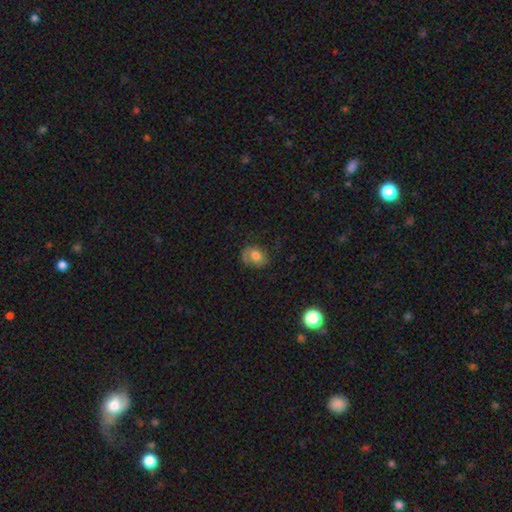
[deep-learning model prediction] Smooth or featured: smooth — 70% (featured or disk — 21%)
How rounded: in between — 54% (round — 45%)
Merging: none — 62% (minor disturbance — 25%)